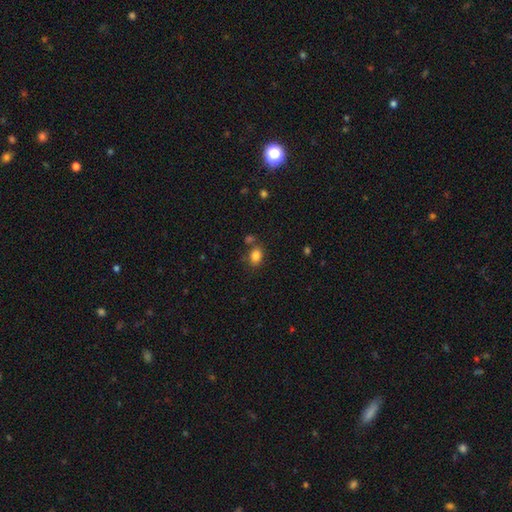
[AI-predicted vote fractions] smooth 83%, star or artifact 11%, featured or disk 6%. Down the decision tree: how rounded — in between (67%); merging — none (69%).